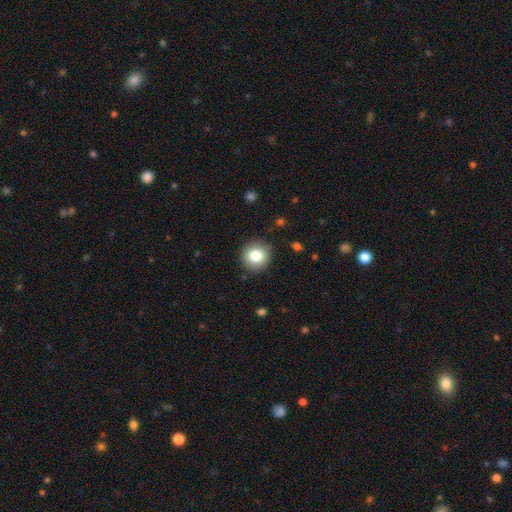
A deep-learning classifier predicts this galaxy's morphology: Smooth or featured?
  - smooth: 81% *
  - star or artifact: 10%
  - featured or disk: 9%
How rounded?
  - round: 93% *
  - in between: 6%
  - cigar-shaped: 1%
Merging?
  - none: 90% *
  - minor disturbance: 7%
  - major disturbance: 2%
  - merger: 1%